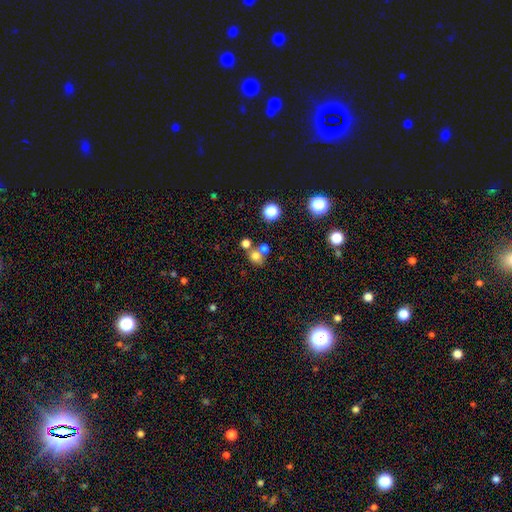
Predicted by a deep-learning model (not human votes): Smooth or featured? Predicted: smooth (p=0.72). How rounded? Predicted: round (p=0.72). Merging? Predicted: none (p=0.50).